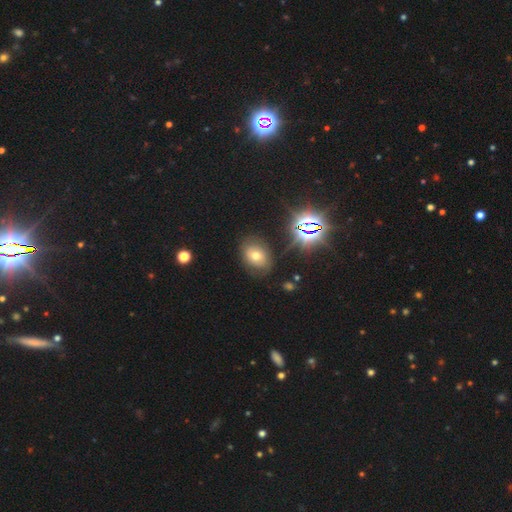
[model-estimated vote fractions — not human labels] smooth 56%, star or artifact 24%, featured or disk 20%. Down the decision tree: how rounded — in between (63%); merging — none (79%).